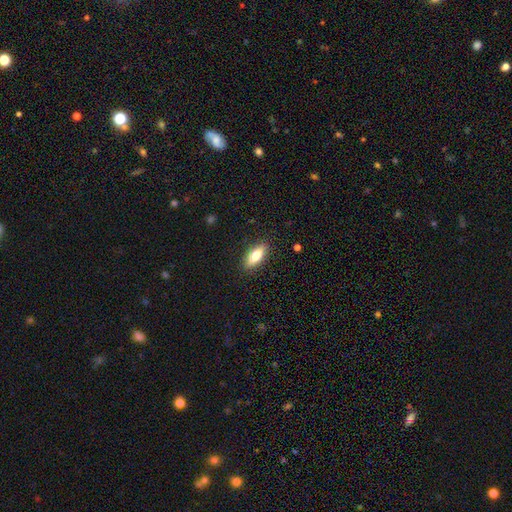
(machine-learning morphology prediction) Smooth or featured? smooth (70%)
How rounded? in between (68%)
Merging? none (88%)